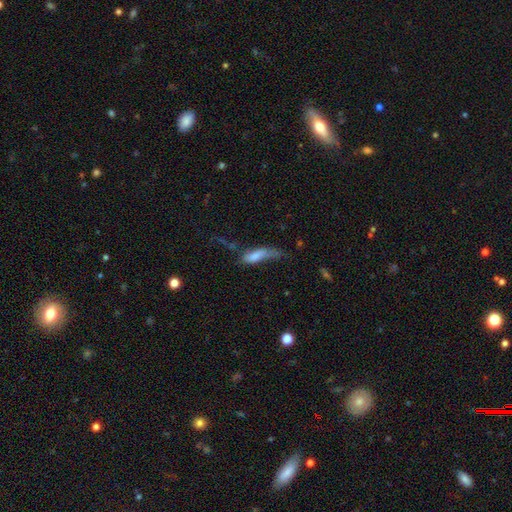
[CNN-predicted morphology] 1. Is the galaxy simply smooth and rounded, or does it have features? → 68% smooth, 22% featured or disk, 9% star or artifact.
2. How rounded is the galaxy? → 52% in between, 45% cigar-shaped, 3% round.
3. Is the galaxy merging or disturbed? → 39% major disturbance, 28% minor disturbance, 22% none, 10% merger.